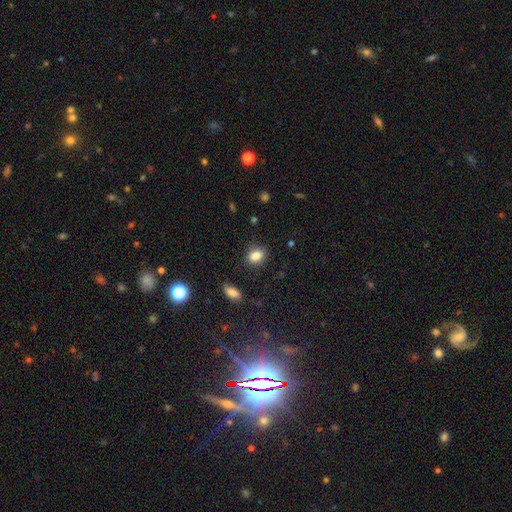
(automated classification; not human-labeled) smooth-or-featured: smooth: 84% | star or artifact: 10% | featured or disk: 6%
  how-rounded: in between: 71% | round: 27% | cigar-shaped: 2%
  merging: none: 79% | minor disturbance: 15% | major disturbance: 4% | merger: 3%